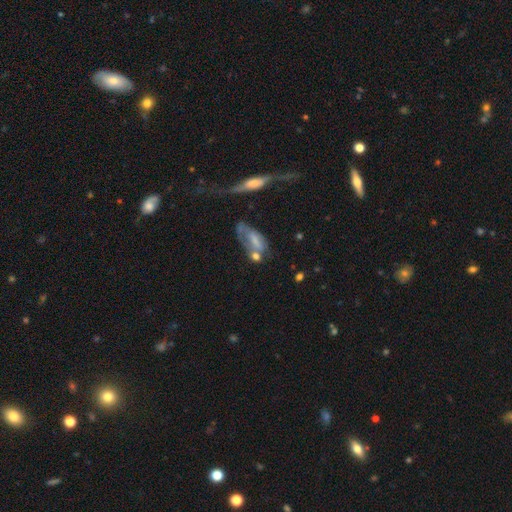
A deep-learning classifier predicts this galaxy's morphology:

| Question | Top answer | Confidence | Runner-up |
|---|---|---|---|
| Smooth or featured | featured or disk | 48% | smooth (31%) |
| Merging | none | 36% | merger (23%) |